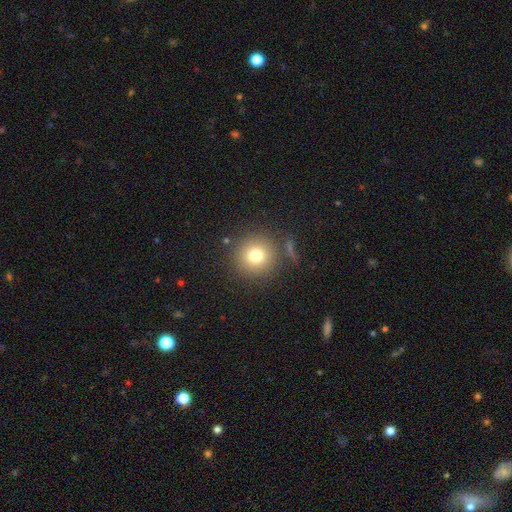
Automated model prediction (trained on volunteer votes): Q: Smooth or featured?
A: smooth (77%); runner-up: star or artifact (13%)
Q: How rounded?
A: round (95%); runner-up: in between (4%)
Q: Merging?
A: none (84%); runner-up: minor disturbance (8%)